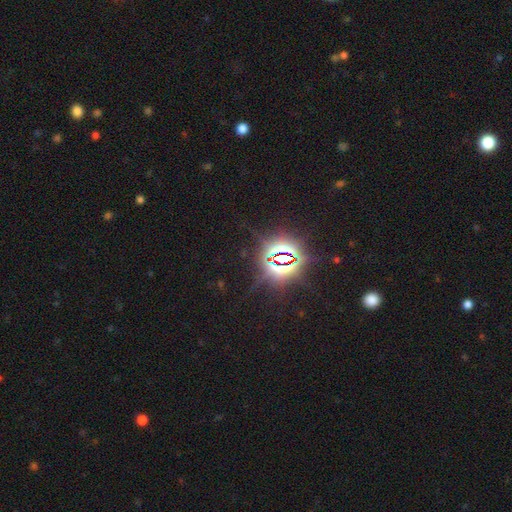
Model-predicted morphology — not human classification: type=star or artifact (85%).